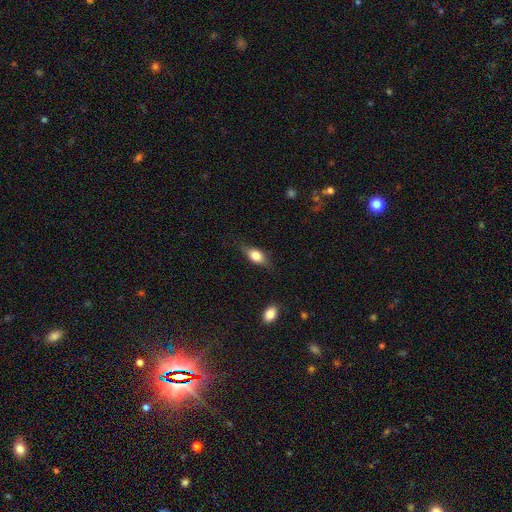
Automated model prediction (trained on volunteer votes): A smooth galaxy with no disk features (71%) that is in between round and cigar-shaped (78%). Merging: none (72%).